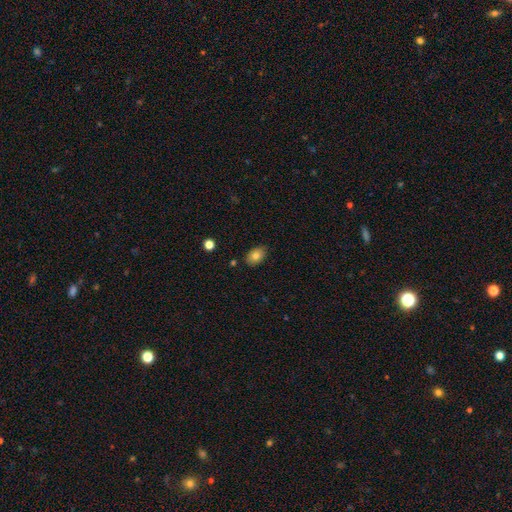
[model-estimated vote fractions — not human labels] smooth_or_featured: smooth (p=0.81) [alt: featured or disk p=0.11]
how_rounded: in between (p=0.84) [alt: round p=0.15]
merging: none (p=0.84) [alt: minor disturbance p=0.12]